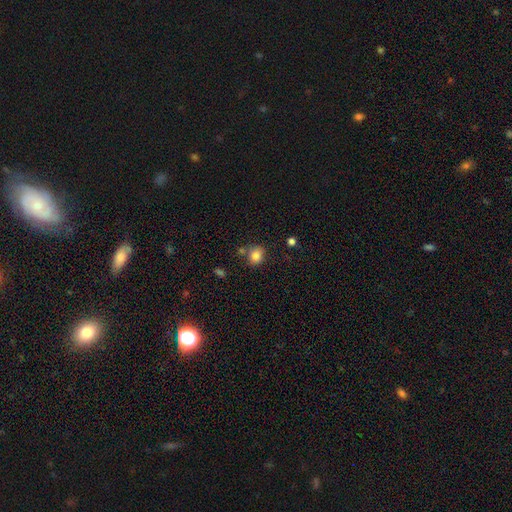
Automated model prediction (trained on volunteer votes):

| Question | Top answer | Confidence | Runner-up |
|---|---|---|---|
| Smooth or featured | smooth | 83% | star or artifact (11%) |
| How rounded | round | 74% | in between (25%) |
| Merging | none | 72% | minor disturbance (14%) |